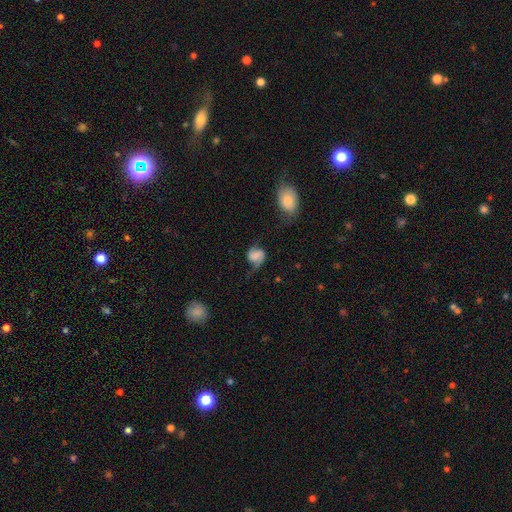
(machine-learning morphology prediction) The model was most divided on "bar": no: 54%, weak: 32%, strong: 14%. Remaining: edge-on disk — no (97%); spiral arms — yes (91%); spiral arm count — 2 (77%); spiral winding — loose (59%); smooth or featured — featured or disk (58%); bulge size — none (50%); merging — none (49%).